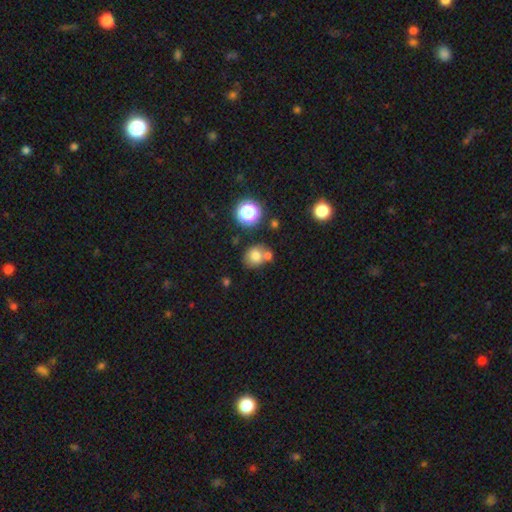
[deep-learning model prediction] Smooth or featured?
  - smooth: 75% *
  - star or artifact: 15%
  - featured or disk: 10%
How rounded?
  - round: 69% *
  - in between: 31%
  - cigar-shaped: 1%
Merging?
  - none: 56% *
  - merger: 28%
  - minor disturbance: 12%
  - major disturbance: 4%